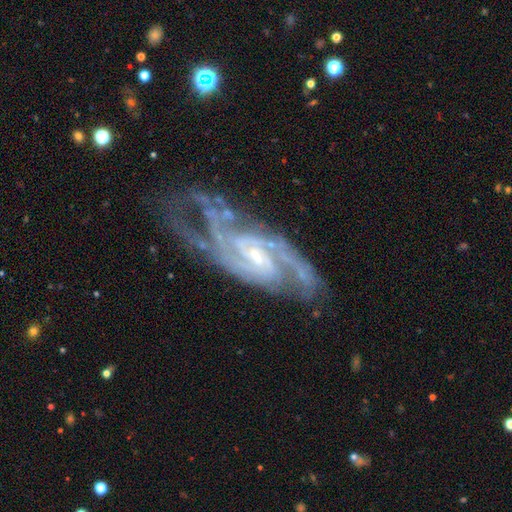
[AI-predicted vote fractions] This appears to be a featured or disk galaxy (91%) with a weak bar (50%), 2 (45%) medium (48%) spiral arms (98%) and a small central bulge (67%). Merging: none (63%).